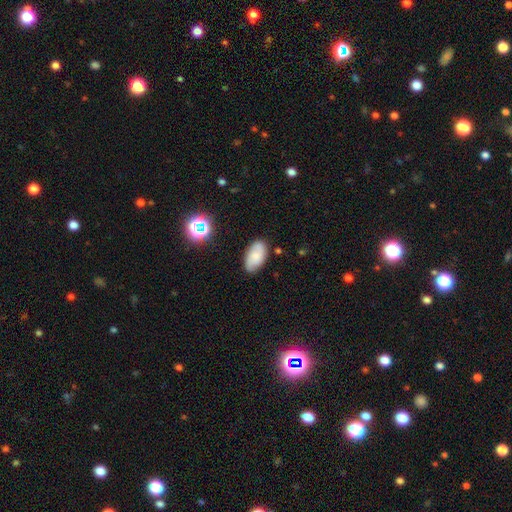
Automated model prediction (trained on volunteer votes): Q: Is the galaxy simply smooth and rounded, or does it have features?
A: smooth — 60%.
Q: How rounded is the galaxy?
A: in between — 93%.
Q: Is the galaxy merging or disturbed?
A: none — 78%.